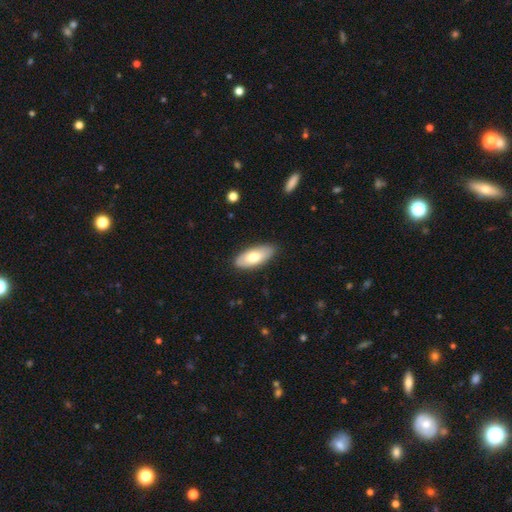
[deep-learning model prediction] The model was most divided on "smooth or featured": smooth: 69%, featured or disk: 25%, star or artifact: 6%. More confident: merging — none (87%); how rounded — in between (83%).